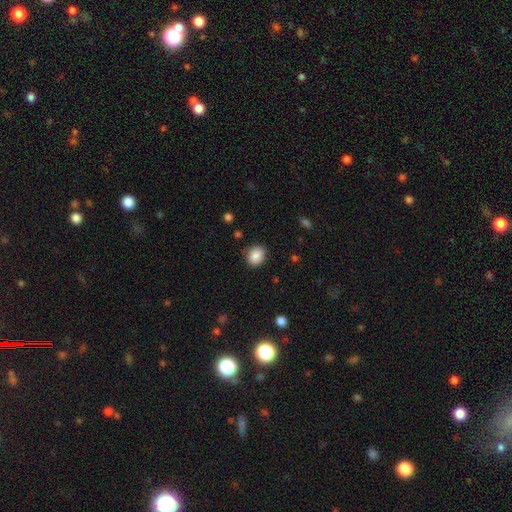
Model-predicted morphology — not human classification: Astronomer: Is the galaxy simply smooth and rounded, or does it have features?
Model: smooth — 88%.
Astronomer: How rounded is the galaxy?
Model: round — 59% (runner-up: in between, 41%).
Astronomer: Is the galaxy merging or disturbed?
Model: none — 84%.